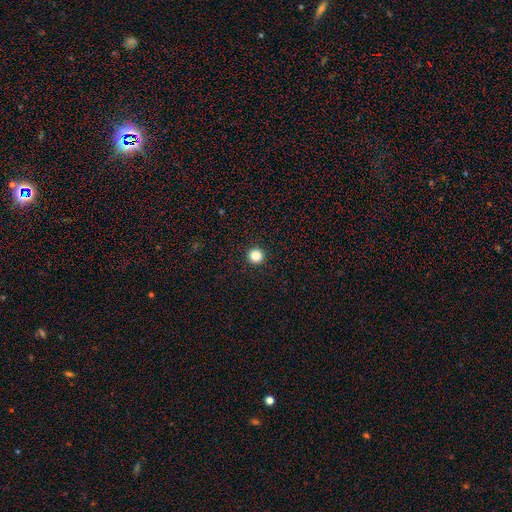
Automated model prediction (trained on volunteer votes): Smooth or featured?
  - smooth: 84% *
  - star or artifact: 12%
  - featured or disk: 4%
How rounded?
  - round: 96% *
  - in between: 3%
  - cigar-shaped: 1%
Merging?
  - none: 94% *
  - minor disturbance: 4%
  - major disturbance: 1%
  - merger: 1%